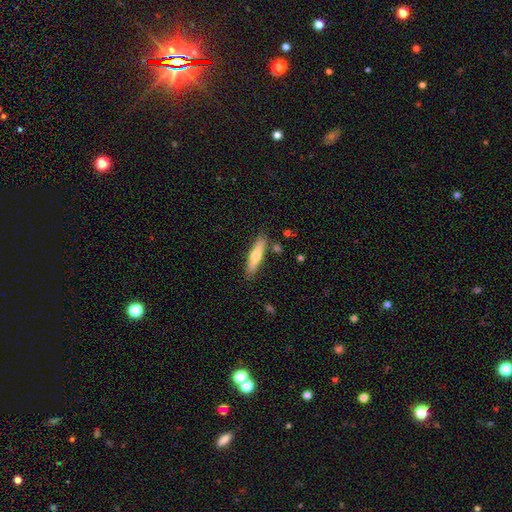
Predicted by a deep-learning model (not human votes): Smooth or featured? smooth (60%)
How rounded? cigar-shaped (77%)
Merging? none (84%)